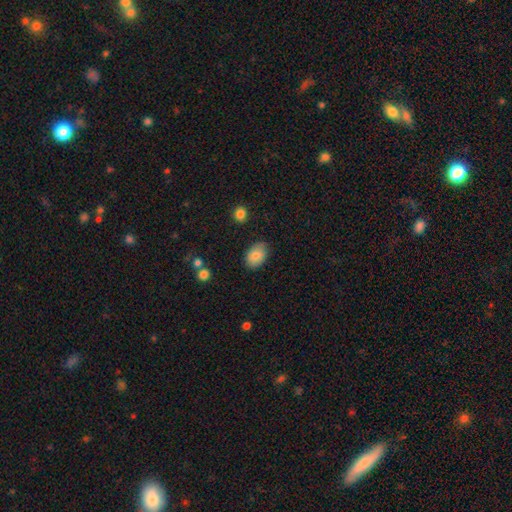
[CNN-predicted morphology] smooth 82%, featured or disk 11%, star or artifact 7%. Down the decision tree: how rounded — in between (85%); merging — none (80%).